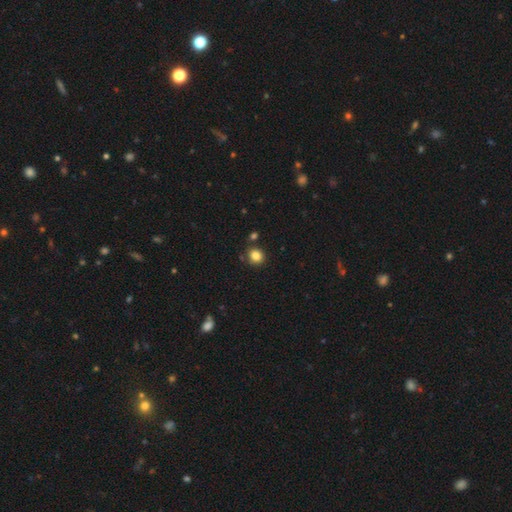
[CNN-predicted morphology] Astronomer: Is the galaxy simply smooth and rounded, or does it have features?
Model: smooth — 84%.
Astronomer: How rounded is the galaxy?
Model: round — 79%.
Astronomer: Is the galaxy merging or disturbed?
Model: none — 83%.